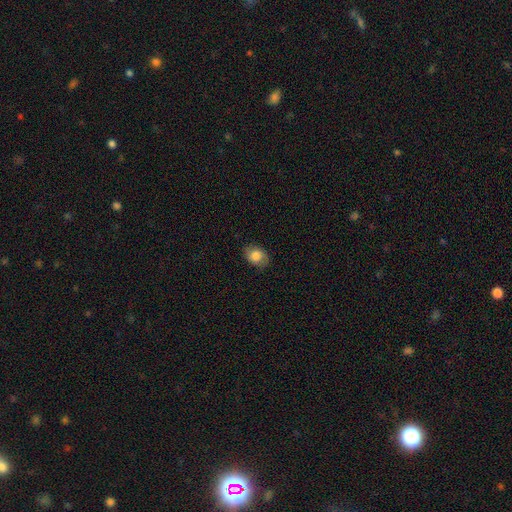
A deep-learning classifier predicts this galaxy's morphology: type=smooth (80%); roundness=in between (74%); merging=none (81%).